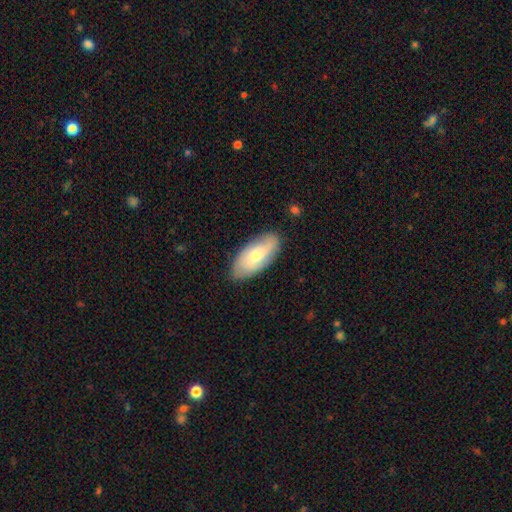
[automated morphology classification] Smooth or featured?
  - smooth: 59% *
  - featured or disk: 35%
  - star or artifact: 6%
How rounded?
  - in between: 89% *
  - cigar-shaped: 9%
  - round: 2%
Merging?
  - none: 82% *
  - minor disturbance: 14%
  - major disturbance: 3%
  - merger: 1%